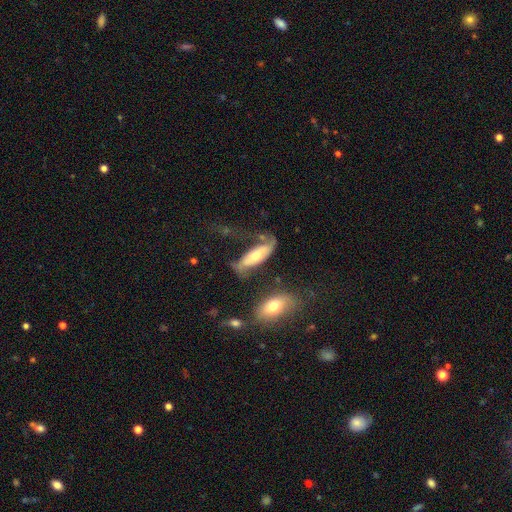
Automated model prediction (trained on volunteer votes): A featured or disk galaxy (47%).

Vote fractions:
- Smooth or featured? featured or disk: 47% / smooth: 46% / star or artifact: 7%
- Merging? none: 34% / major disturbance: 28% / minor disturbance: 23% / merger: 15%